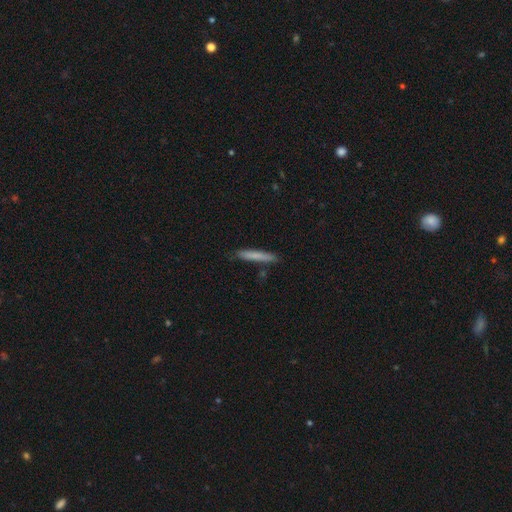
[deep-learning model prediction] Smooth or featured? Predicted: smooth (p=0.77). How rounded? Predicted: cigar-shaped (p=0.95). Merging? Predicted: none (p=0.84).